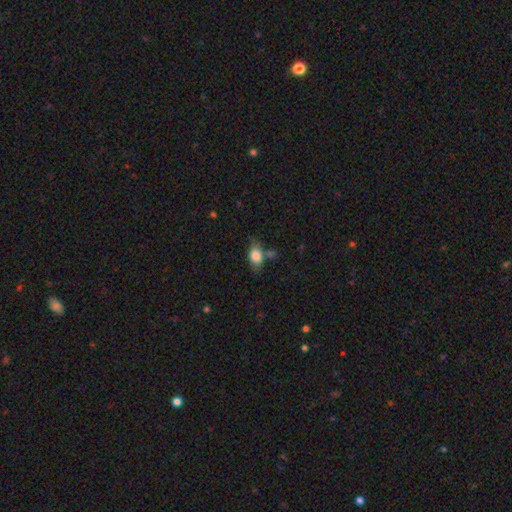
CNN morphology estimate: smooth-or-featured: smooth: 78% | featured or disk: 14% | star or artifact: 8%
  how-rounded: in between: 84% | round: 11% | cigar-shaped: 4%
  merging: none: 56% | minor disturbance: 26% | merger: 10% | major disturbance: 8%